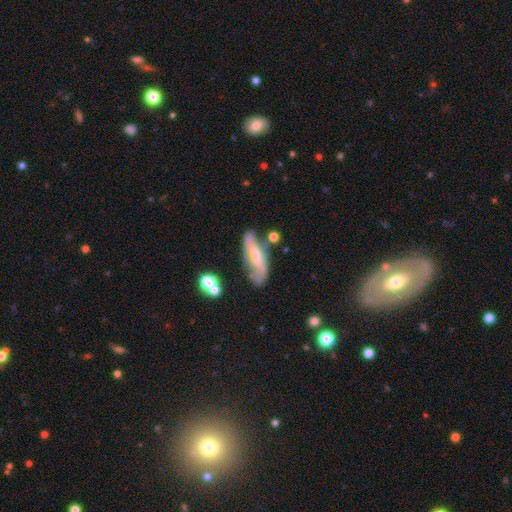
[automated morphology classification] Smooth or featured? Predicted: featured or disk (p=0.59). Edge-on disk? Predicted: no (p=0.78). Merging? Predicted: none (p=0.58).